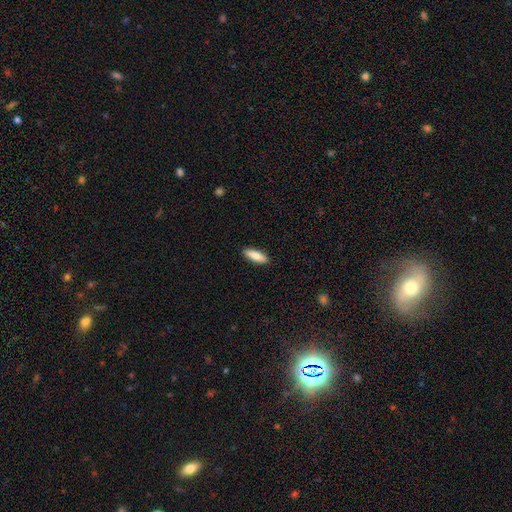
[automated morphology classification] This is clearly a smooth galaxy (84%). How rounded: possibly in between (50%). Merging: clearly none (90%).